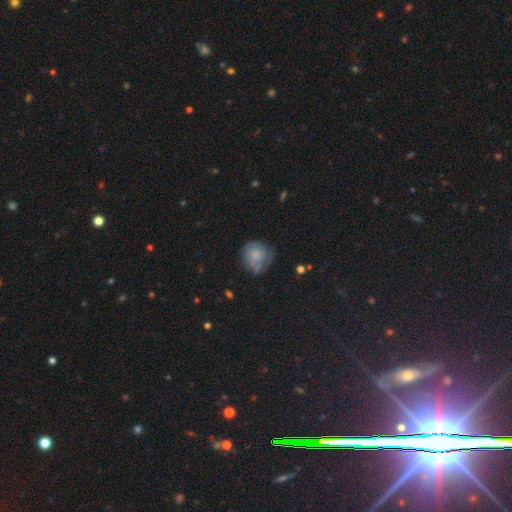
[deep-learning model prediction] This appears to be a smooth galaxy with no disk features (71%) that is round (82%). Merging: none (49%).